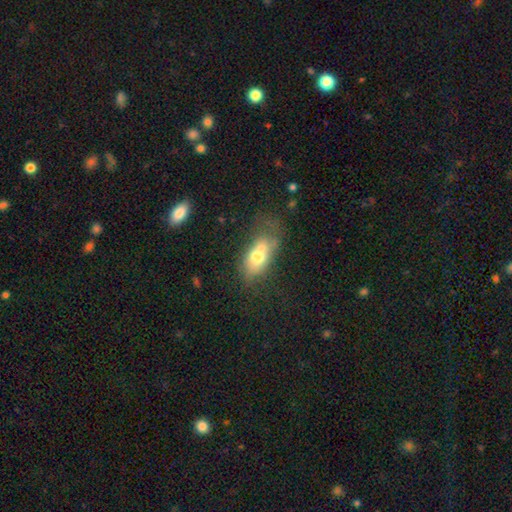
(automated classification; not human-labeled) A smooth galaxy with no disk features (64%) that is in between round and cigar-shaped (81%).

Vote fractions:
- Smooth or featured? smooth: 64% / featured or disk: 27% / star or artifact: 10%
- How rounded? in between: 81% / round: 13% / cigar-shaped: 6%
- Merging? merger: 41% / none: 27% / minor disturbance: 18% / major disturbance: 15%